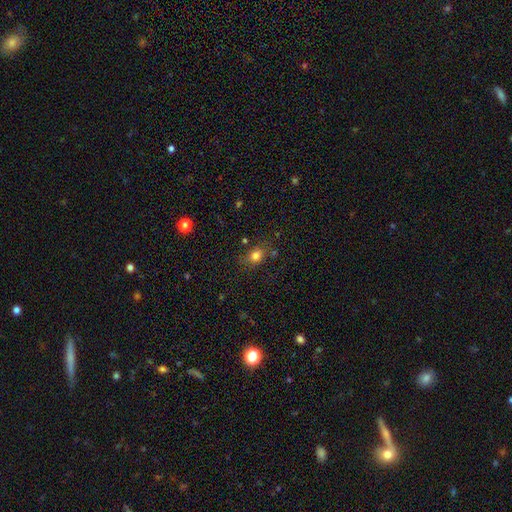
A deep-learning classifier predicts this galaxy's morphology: This is likely a smooth galaxy (77%). How rounded: possibly in between (59%). Merging: likely none (71%).